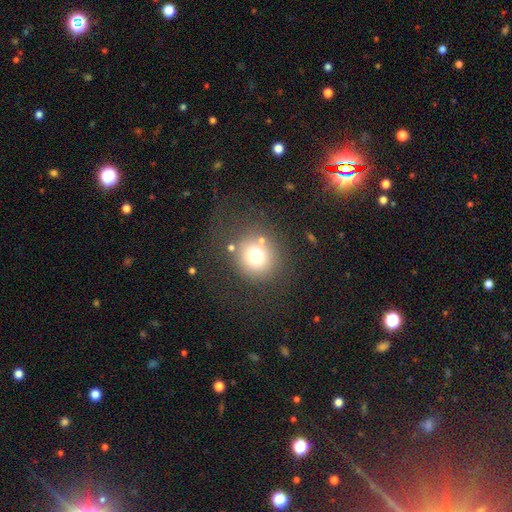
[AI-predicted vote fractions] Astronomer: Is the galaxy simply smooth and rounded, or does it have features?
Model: smooth — 70%.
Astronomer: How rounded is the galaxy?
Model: round — 88%.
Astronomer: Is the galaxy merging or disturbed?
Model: none — 70%.